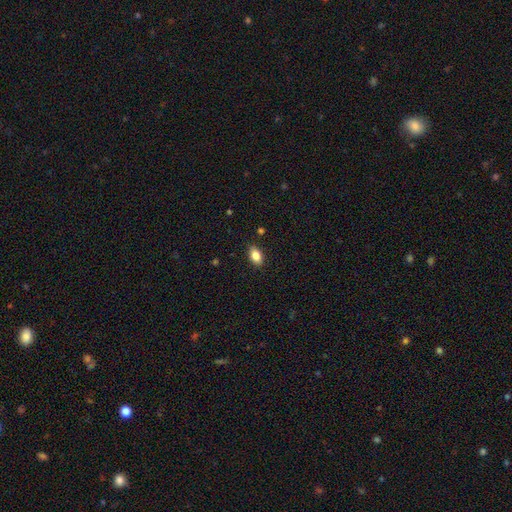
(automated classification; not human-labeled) smooth_or_featured: smooth (p=0.82) [alt: featured or disk p=0.10]
how_rounded: in between (p=0.89) [alt: round p=0.08]
merging: none (p=0.86) [alt: minor disturbance p=0.10]